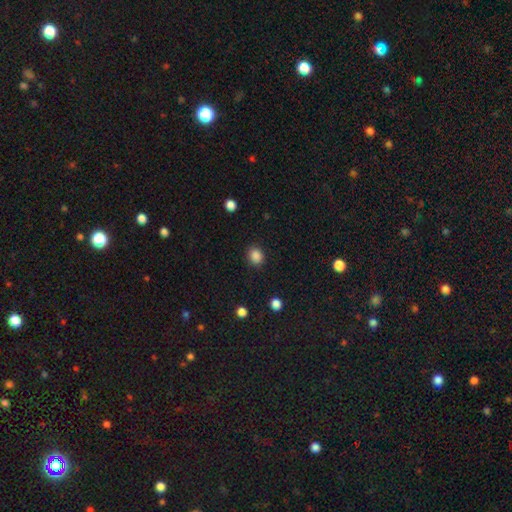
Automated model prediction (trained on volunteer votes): Smooth or featured? Predicted: smooth (p=0.87). How rounded? Predicted: round (p=0.71). Merging? Predicted: none (p=0.88).